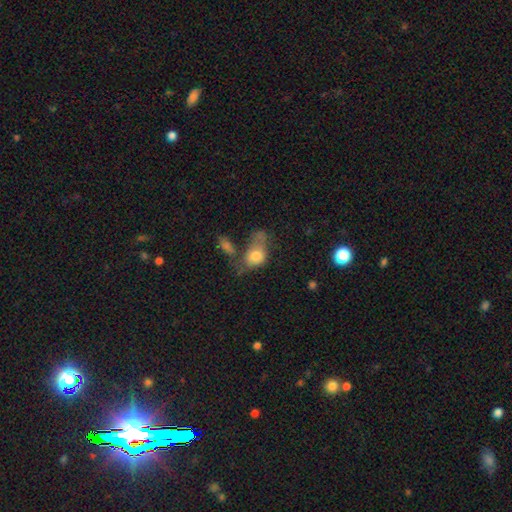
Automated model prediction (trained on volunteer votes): Q: Smooth or featured?
A: smooth (72%); runner-up: featured or disk (18%)
Q: How rounded?
A: in between (72%); runner-up: round (26%)
Q: Merging?
A: merger (33%); runner-up: major disturbance (30%)